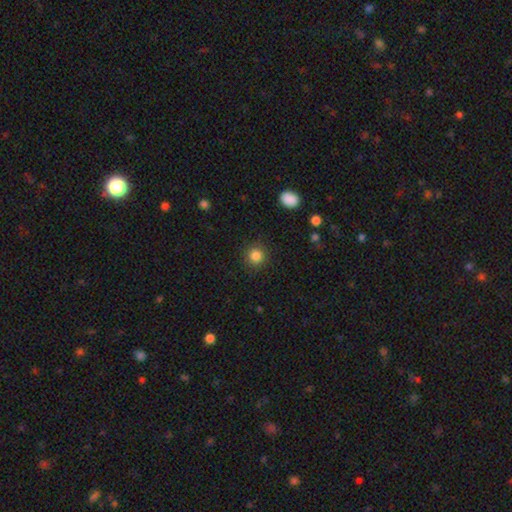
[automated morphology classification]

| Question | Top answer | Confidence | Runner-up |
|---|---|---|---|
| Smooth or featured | smooth | 85% | star or artifact (11%) |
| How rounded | round | 92% | in between (7%) |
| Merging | none | 89% | minor disturbance (7%) |